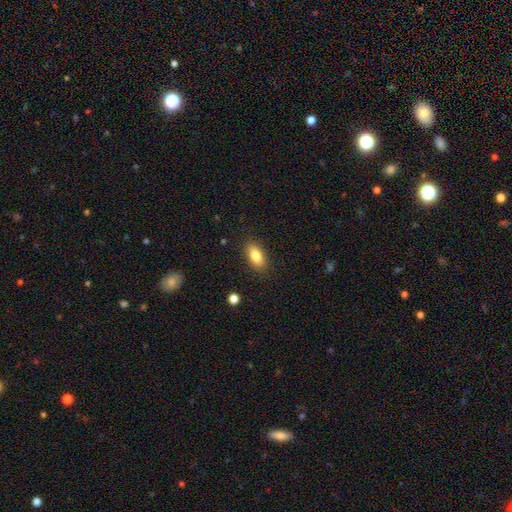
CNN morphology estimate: type=smooth (83%); roundness=in between (89%); merging=none (87%).